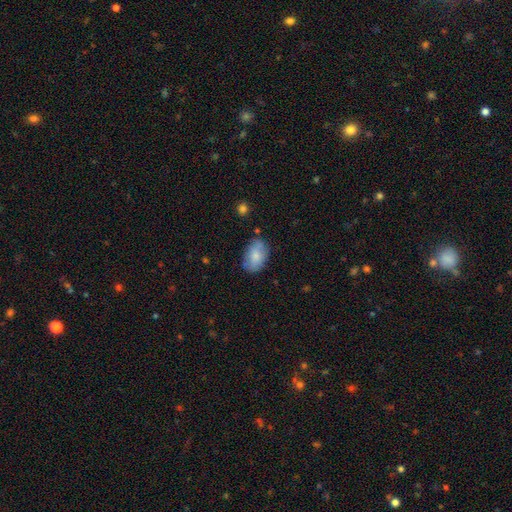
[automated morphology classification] This is clearly a smooth galaxy (81%). How rounded: clearly in between (89%). Merging: likely none (73%).